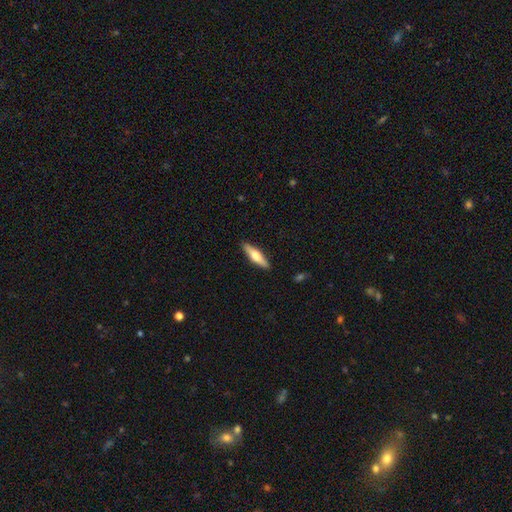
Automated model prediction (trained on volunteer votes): Q: Smooth or featured?
A: smooth (48%); runner-up: featured or disk (47%)
Q: Merging?
A: none (90%); runner-up: minor disturbance (7%)